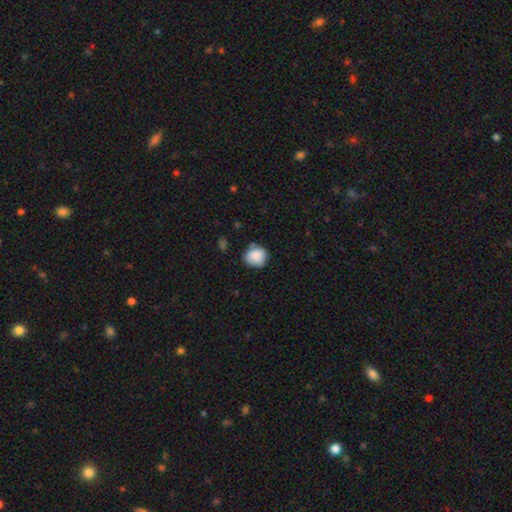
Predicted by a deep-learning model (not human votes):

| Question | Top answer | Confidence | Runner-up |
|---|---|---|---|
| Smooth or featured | smooth | 86% | star or artifact (8%) |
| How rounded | round | 73% | in between (26%) |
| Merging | none | 69% | minor disturbance (22%) |